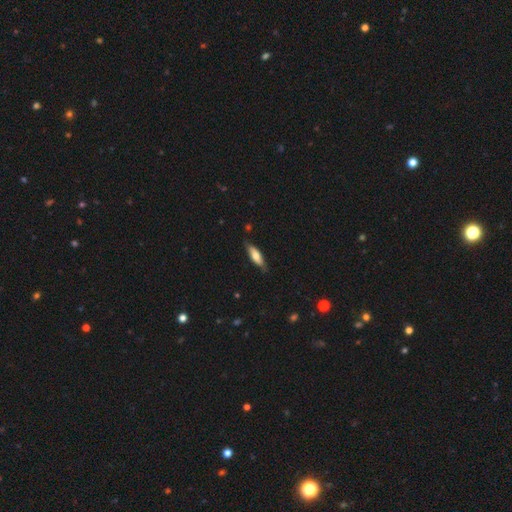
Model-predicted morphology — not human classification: Smooth or featured: smooth — 63% (featured or disk — 31%)
How rounded: cigar-shaped — 50% (in between — 48%)
Merging: none — 79% (minor disturbance — 17%)